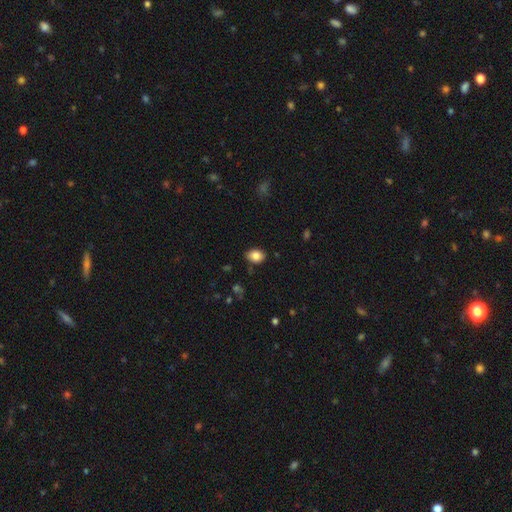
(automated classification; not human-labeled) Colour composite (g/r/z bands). It shows a smooth galaxy with no disk features (85%) that is in between round and cigar-shaped (75%). Merging: none (84%).